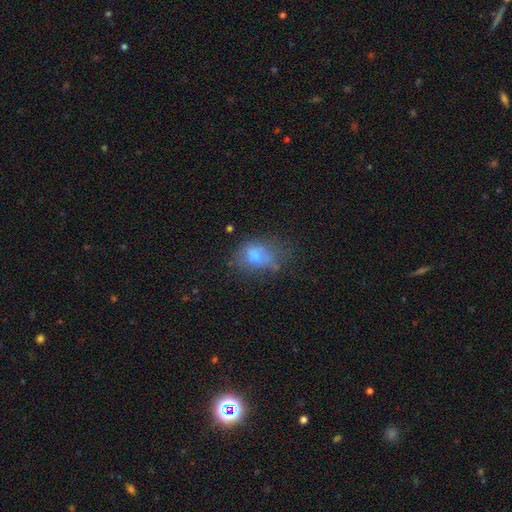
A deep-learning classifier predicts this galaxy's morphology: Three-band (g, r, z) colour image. It shows a smooth galaxy with no disk features (60%) that is in between round and cigar-shaped (71%). Merging: none (38%).